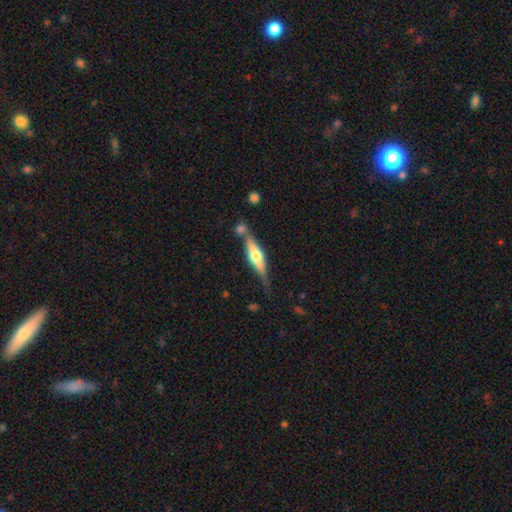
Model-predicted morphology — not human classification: Q: Smooth or featured?
A: featured or disk (67%); runner-up: smooth (27%)
Q: Edge-on disk?
A: yes (95%); runner-up: no (5%)
Q: Edge-on bulge?
A: rounded (86%); runner-up: boxy (11%)
Q: Merging?
A: none (65%); runner-up: minor disturbance (16%)